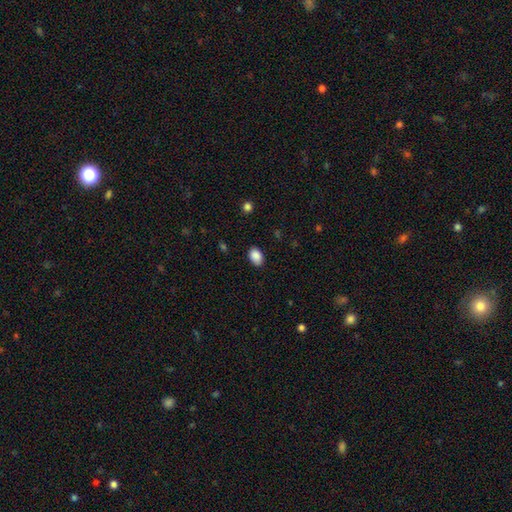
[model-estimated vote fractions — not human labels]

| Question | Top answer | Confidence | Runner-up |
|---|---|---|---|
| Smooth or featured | smooth | 89% | star or artifact (8%) |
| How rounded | in between | 83% | round (16%) |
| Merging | none | 87% | minor disturbance (10%) |